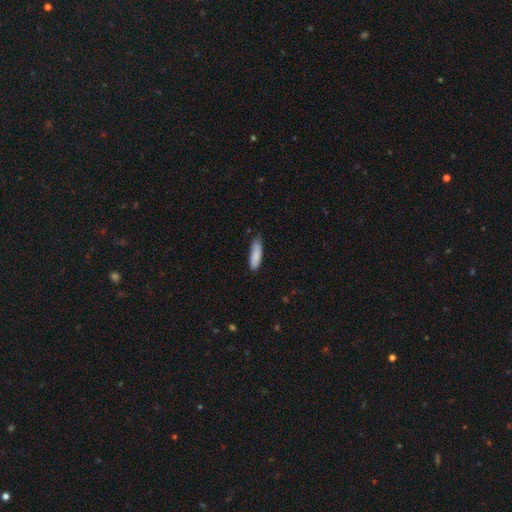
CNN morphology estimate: type=smooth (85%); roundness=cigar-shaped (53%); merging=none (70%).